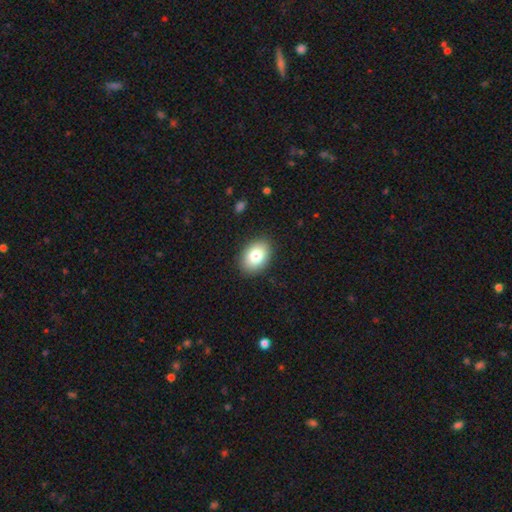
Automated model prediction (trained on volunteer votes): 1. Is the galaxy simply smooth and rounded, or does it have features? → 80% smooth, 11% featured or disk, 8% star or artifact.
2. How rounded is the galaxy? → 79% in between, 20% round, 1% cigar-shaped.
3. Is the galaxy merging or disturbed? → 88% none, 9% minor disturbance, 2% major disturbance, 1% merger.